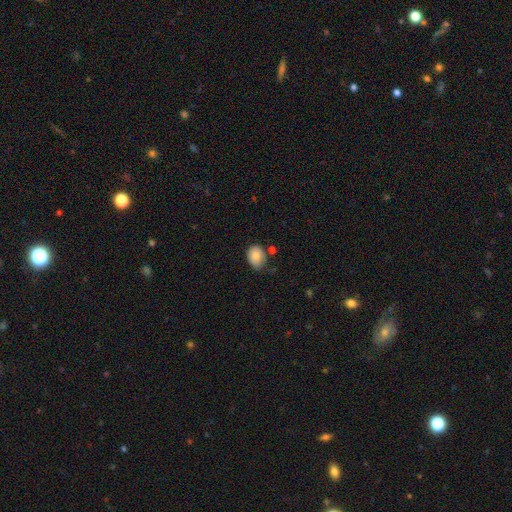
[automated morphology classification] This appears to be a smooth galaxy with no disk features (84%) that is in between round and cigar-shaped (69%). Merging: none (60%).